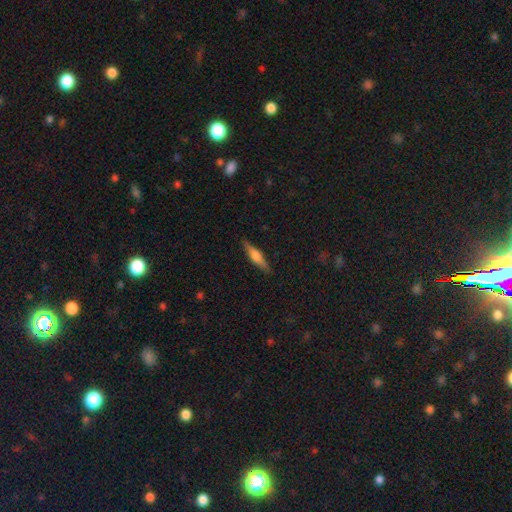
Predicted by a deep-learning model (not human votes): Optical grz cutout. It shows a featured or disk galaxy (52%) viewed edge-on (96%). Merging: none (89%).